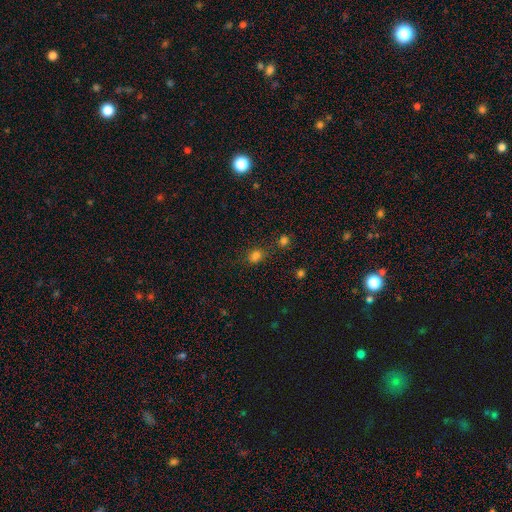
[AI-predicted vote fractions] Overall: smooth (75%). How rounded: round (51%; in between 47%). Merging: none (72%).